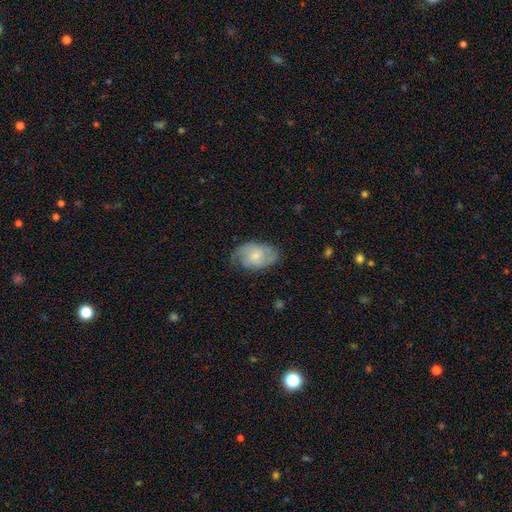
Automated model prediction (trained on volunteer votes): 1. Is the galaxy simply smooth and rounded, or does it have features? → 67% featured or disk, 27% smooth, 6% star or artifact.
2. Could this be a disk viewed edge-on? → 96% no, 4% yes.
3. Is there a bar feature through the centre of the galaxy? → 62% no, 33% weak, 5% strong.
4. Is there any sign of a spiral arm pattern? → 90% yes, 10% no.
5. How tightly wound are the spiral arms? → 47% medium, 31% tight, 22% loose.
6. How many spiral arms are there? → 68% 2, 17% can't tell, 7% 3, 5% 1, 2% 4, 2% more than 4.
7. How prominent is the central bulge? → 58% small, 32% moderate, 6% none, 3% large, 1% dominant.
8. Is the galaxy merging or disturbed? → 67% none, 22% minor disturbance, 9% major disturbance, 1% merger.